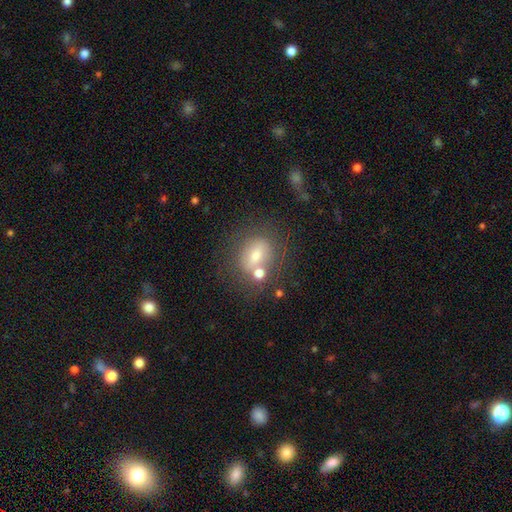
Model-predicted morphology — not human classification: A smooth galaxy with no disk features (60%) that is in between round and cigar-shaped (52%). Merging: none (57%).